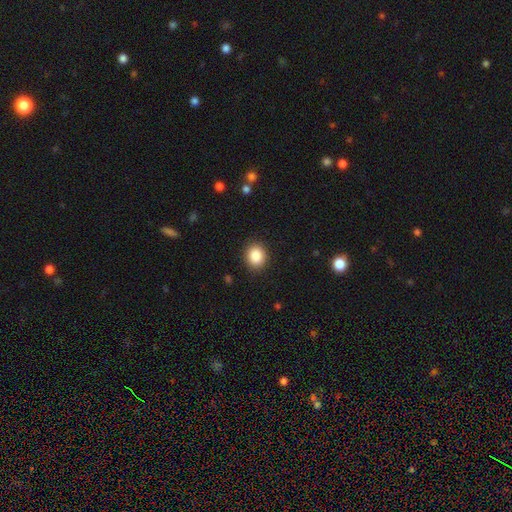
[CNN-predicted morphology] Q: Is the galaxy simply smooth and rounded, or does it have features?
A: smooth — 88%.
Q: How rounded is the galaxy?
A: round — 71%.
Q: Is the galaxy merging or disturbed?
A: none — 90%.